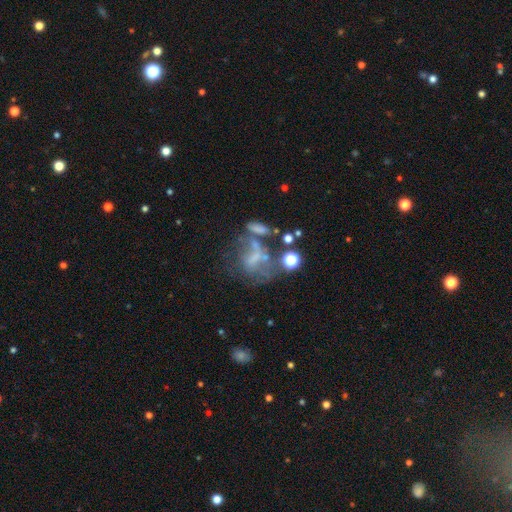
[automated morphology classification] This is possibly a featured or disk galaxy (50%). Merging: marginally major disturbance (34%).